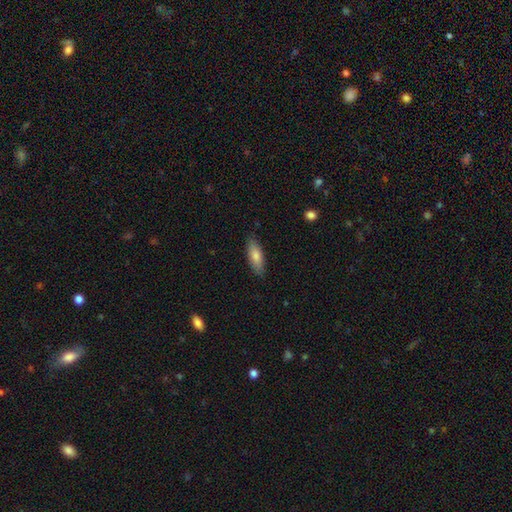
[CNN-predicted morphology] Smooth or featured? Predicted: smooth (p=0.80). How rounded? Predicted: in between (p=0.63). Merging? Predicted: none (p=0.85).